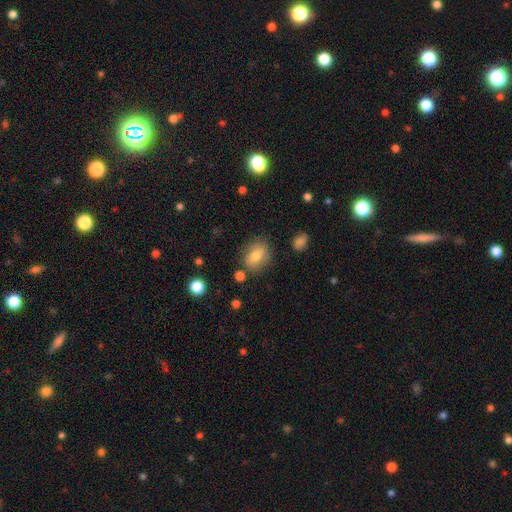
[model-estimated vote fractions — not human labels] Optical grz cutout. It shows a smooth galaxy with no disk features (71%) that is in between round and cigar-shaped (62%). Merging: none (75%).